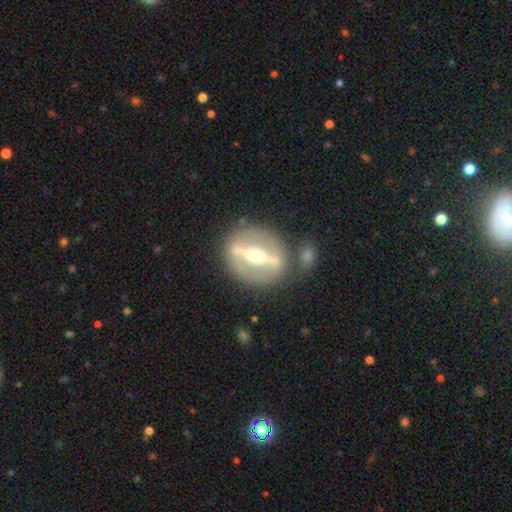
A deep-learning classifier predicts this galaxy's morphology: Overall: featured or disk (78%). Edge-on disk: no (60%; yes 40%). Merging: none (75%).